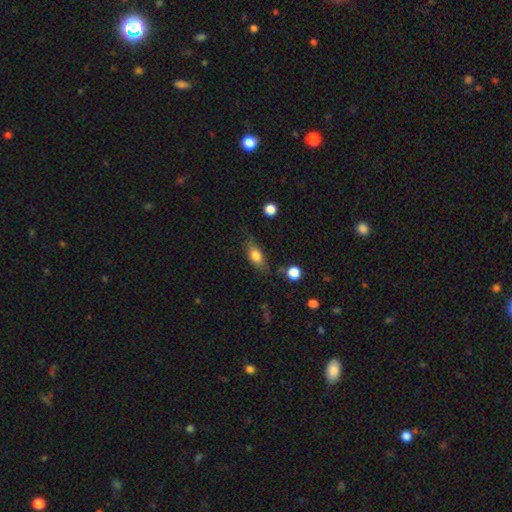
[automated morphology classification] Overall: smooth (74%). How rounded: in between (76%). Merging: none (68%).